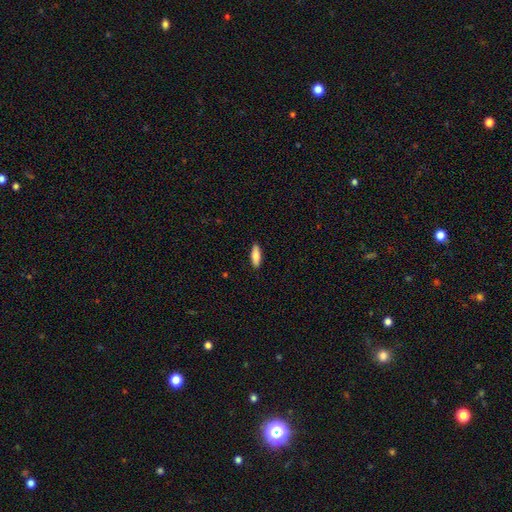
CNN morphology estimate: This is clearly a smooth galaxy (82%). How rounded: possibly in between (54%). Merging: clearly none (90%).